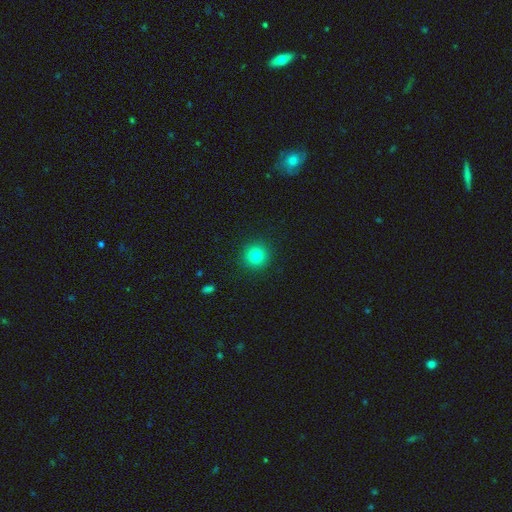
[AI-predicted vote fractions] A smooth galaxy with no disk features (81%) that is round (94%). Merging: none (92%).